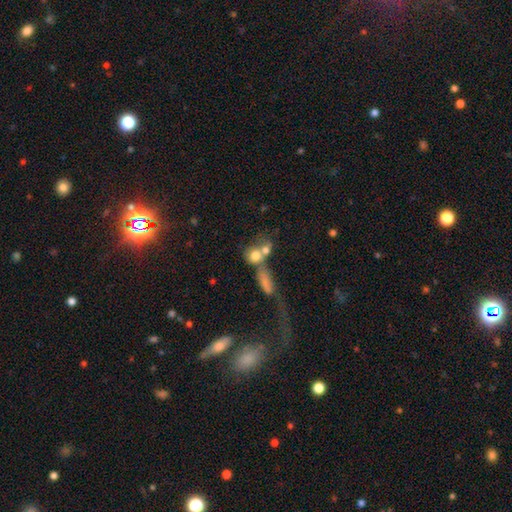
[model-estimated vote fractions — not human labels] A smooth galaxy with no disk features (70%) that is round (59%).

Vote fractions:
- Smooth or featured? smooth: 70% / featured or disk: 19% / star or artifact: 11%
- How rounded? round: 59% / in between: 36% / cigar-shaped: 5%
- Merging? merger: 56% / none: 25% / major disturbance: 11% / minor disturbance: 8%